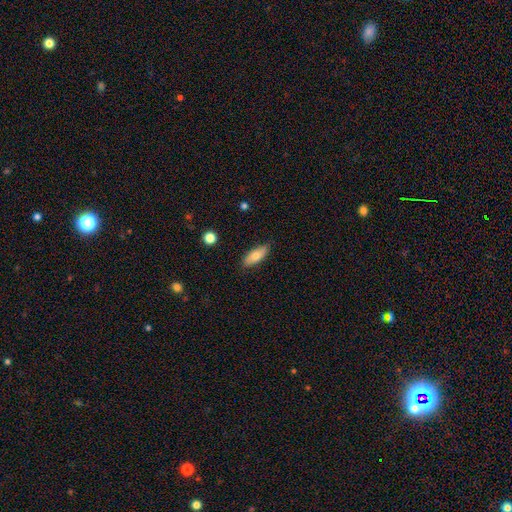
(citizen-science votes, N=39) Morphology: type=smooth (79%); roundness=in between (77%); merging=none (84%).